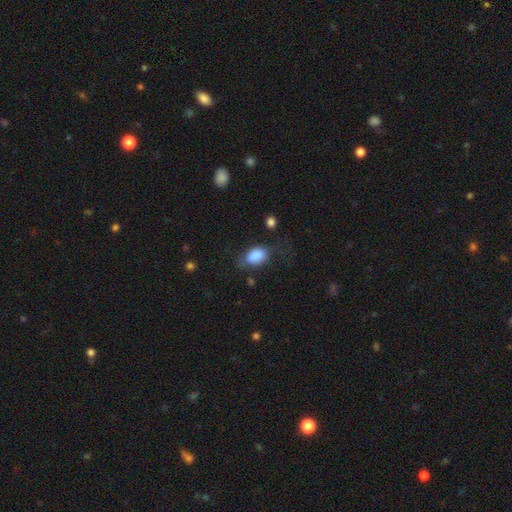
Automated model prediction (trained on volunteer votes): Morphology: type=smooth (83%); roundness=in between (85%); merging=none (47%).